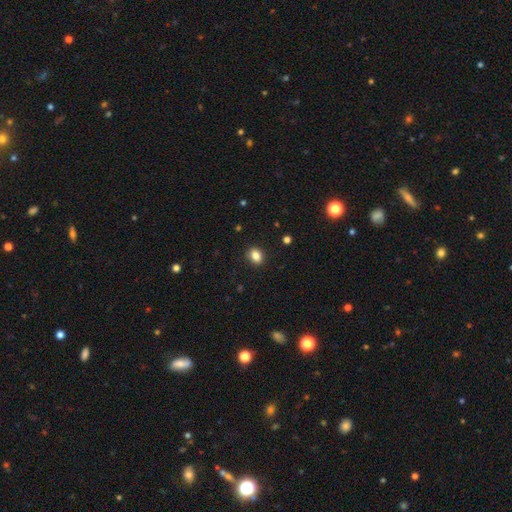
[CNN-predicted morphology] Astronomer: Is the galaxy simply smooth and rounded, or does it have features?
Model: smooth — 85%.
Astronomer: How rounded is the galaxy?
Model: in between — 62%.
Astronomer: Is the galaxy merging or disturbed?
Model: none — 89%.